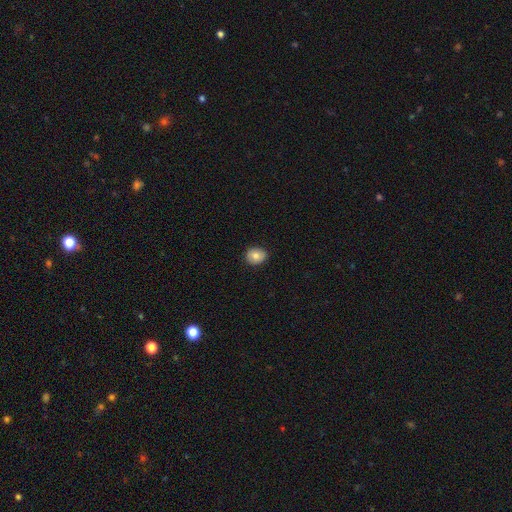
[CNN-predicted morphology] type=smooth (80%); roundness=round (65%); merging=none (89%).